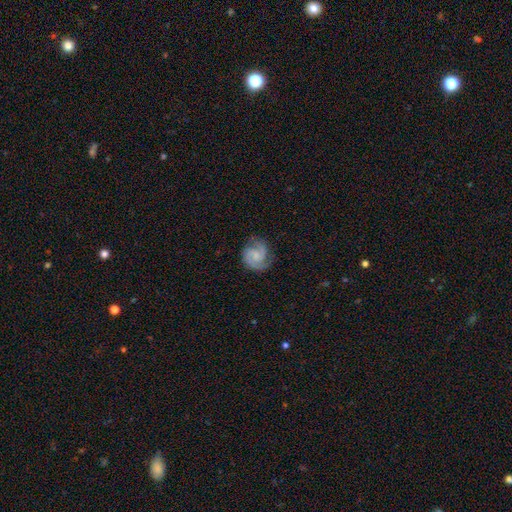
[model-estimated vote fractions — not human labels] The model was most divided on "spiral winding": medium: 49%, tight: 39%, loose: 12%. Remaining: edge-on disk — no (98%); spiral arms — yes (97%); spiral arm count — 2 (85%); smooth or featured — featured or disk (80%); merging — none (75%); bar — no (54%); bulge size — small (44%).